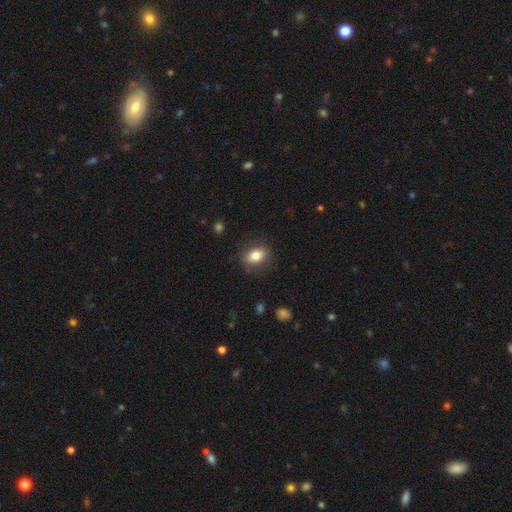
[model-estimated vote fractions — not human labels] A smooth galaxy with no disk features (80%) that is in between round and cigar-shaped (73%).

Vote fractions:
- Smooth or featured? smooth: 80% / featured or disk: 11% / star or artifact: 9%
- How rounded? in between: 73% / round: 25% / cigar-shaped: 2%
- Merging? none: 82% / minor disturbance: 13% / major disturbance: 4% / merger: 1%